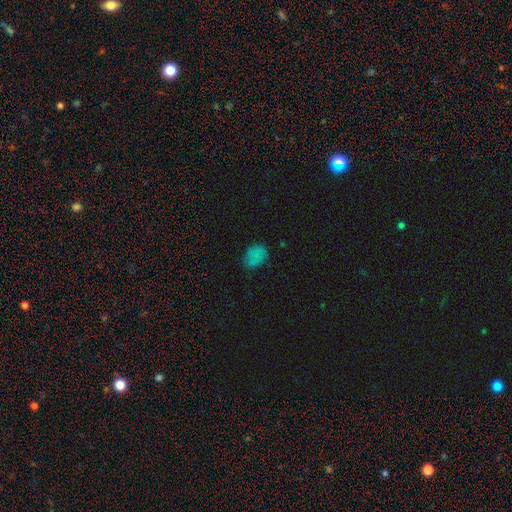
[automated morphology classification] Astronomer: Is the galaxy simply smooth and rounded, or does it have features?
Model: smooth — 72%.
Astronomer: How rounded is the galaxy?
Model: in between — 69%.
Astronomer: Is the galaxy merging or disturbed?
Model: none — 61%.